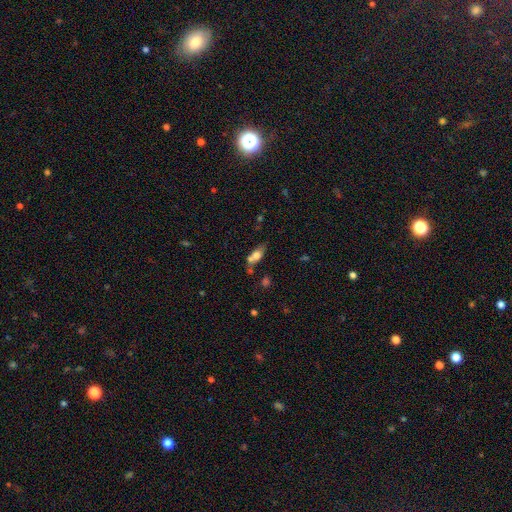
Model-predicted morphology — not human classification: smooth_or_featured: smooth (p=0.65) [alt: featured or disk p=0.25]
how_rounded: in between (p=0.72) [alt: cigar-shaped p=0.18]
merging: none (p=0.43) [alt: merger p=0.34]